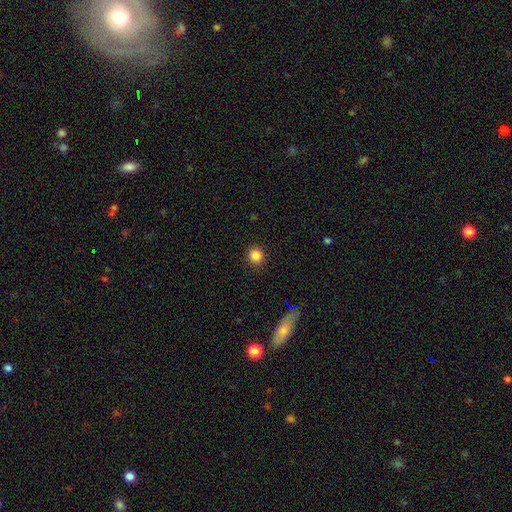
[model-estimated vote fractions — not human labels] smooth-or-featured: smooth: 86% | star or artifact: 10% | featured or disk: 4%
  how-rounded: round: 92% | in between: 7% | cigar-shaped: 1%
  merging: none: 91% | minor disturbance: 6% | major disturbance: 2% | merger: 1%